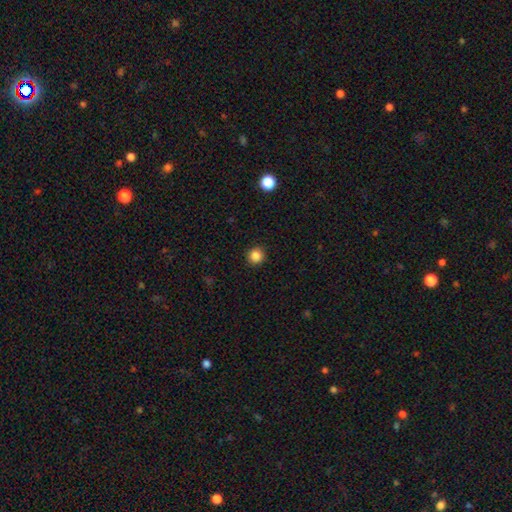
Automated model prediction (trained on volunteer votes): This appears to be a smooth galaxy with no disk features (85%) that is round (94%). Merging: none (93%).